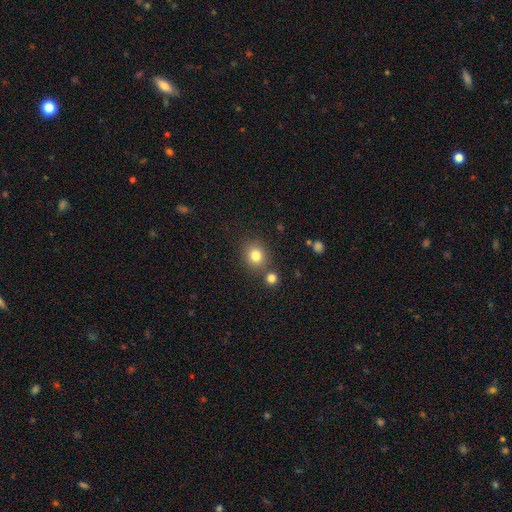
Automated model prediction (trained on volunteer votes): Overall: smooth (81%). How rounded: round (77%). Merging: none (77%).